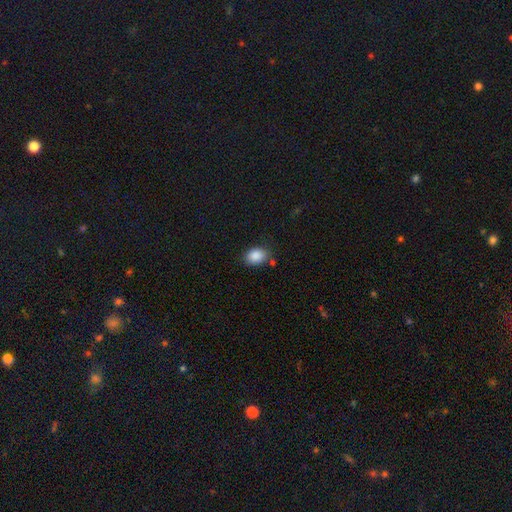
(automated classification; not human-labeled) A smooth galaxy with no disk features (88%) that is in between round and cigar-shaped (74%).

Vote fractions:
- Smooth or featured? smooth: 88% / star or artifact: 8% / featured or disk: 4%
- How rounded? in between: 74% / round: 25% / cigar-shaped: 1%
- Merging? none: 79% / minor disturbance: 14% / merger: 4% / major disturbance: 4%